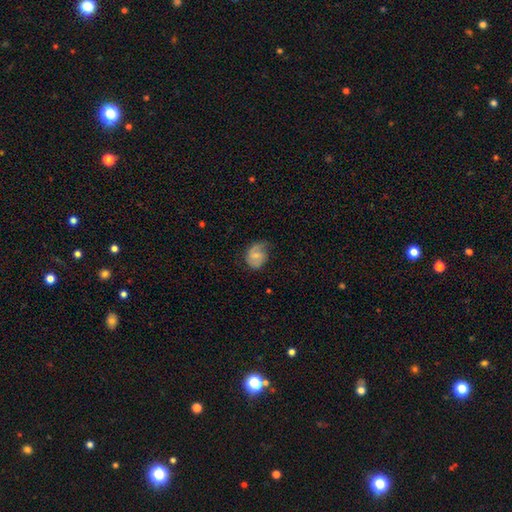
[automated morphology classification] Smooth or featured: featured or disk — 52% (smooth — 41%)
Edge-on disk: no — 97% (yes — 3%)
Bar: weak — 49% (no — 39%)
Spiral arms: yes — 88% (no — 12%)
Bulge size: small — 47% (moderate — 29%)
Merging: none — 53% (minor disturbance — 30%)